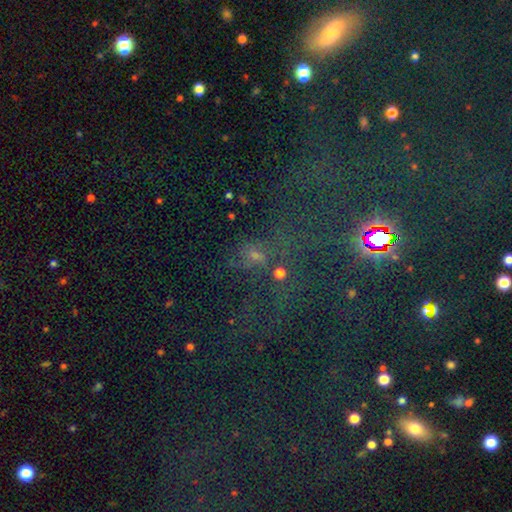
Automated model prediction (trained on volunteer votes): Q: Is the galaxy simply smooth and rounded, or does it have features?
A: star or artifact — 47%.